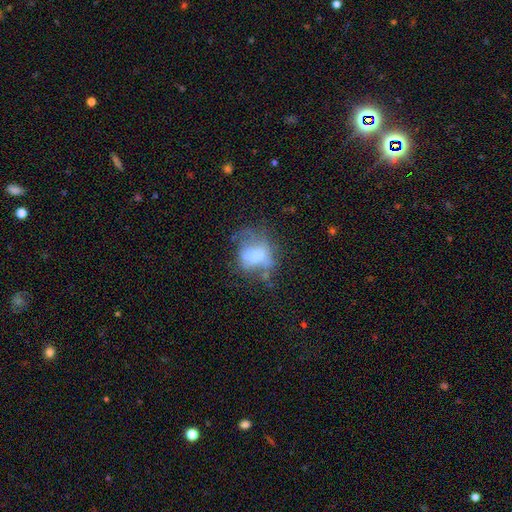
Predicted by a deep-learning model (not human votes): Morphology: type=smooth (48%); merging=major disturbance (36%).